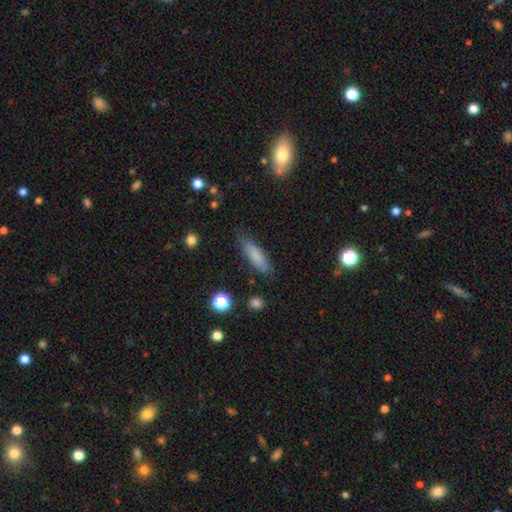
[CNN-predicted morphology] smooth_or_featured: smooth (p=0.80) [alt: featured or disk p=0.12]
how_rounded: cigar-shaped (p=0.61) [alt: in between p=0.37]
merging: none (p=0.78) [alt: minor disturbance p=0.16]